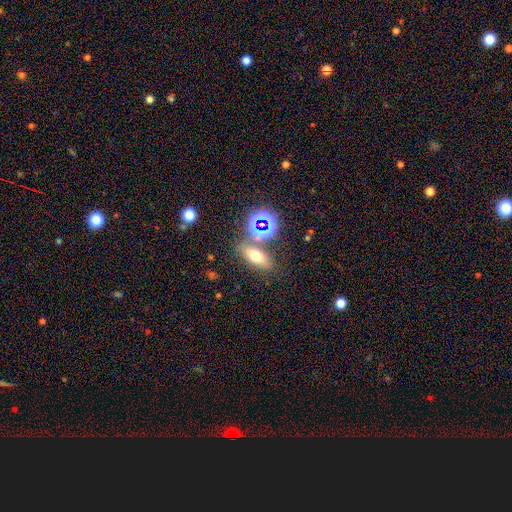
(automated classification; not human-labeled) A smooth galaxy with no disk features (58%) that is in between round and cigar-shaped (65%).

Vote fractions:
- Smooth or featured? smooth: 58% / star or artifact: 25% / featured or disk: 17%
- How rounded? in between: 65% / round: 19% / cigar-shaped: 17%
- Merging? none: 72% / merger: 13% / minor disturbance: 11% / major disturbance: 4%